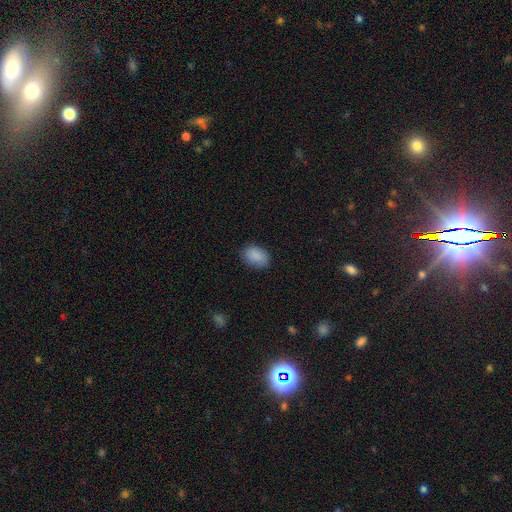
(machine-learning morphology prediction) Q: Smooth or featured?
A: smooth (89%); runner-up: star or artifact (7%)
Q: How rounded?
A: in between (82%); runner-up: round (17%)
Q: Merging?
A: none (84%); runner-up: minor disturbance (13%)